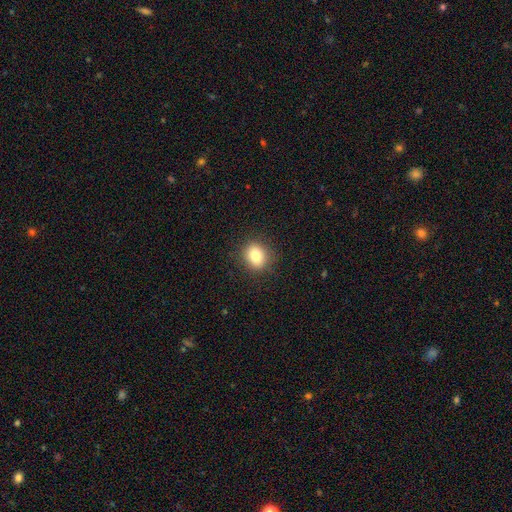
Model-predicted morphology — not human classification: smooth 81%, star or artifact 11%, featured or disk 8%. Down the decision tree: how rounded — round (69%); merging — none (89%).